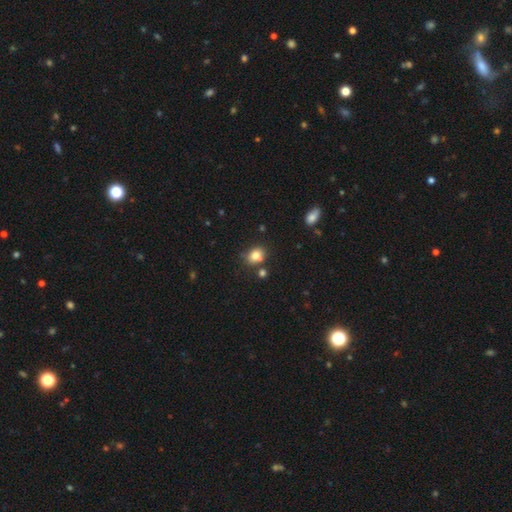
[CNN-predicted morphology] Smooth or featured? Predicted: smooth (p=0.80). How rounded? Predicted: round (p=0.54). Merging? Predicted: none (p=0.69).